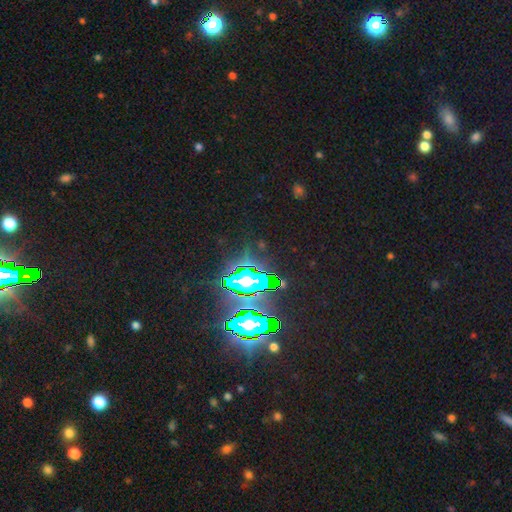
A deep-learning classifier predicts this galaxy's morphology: This is clearly a star or artifact rather than a galaxy (84%).